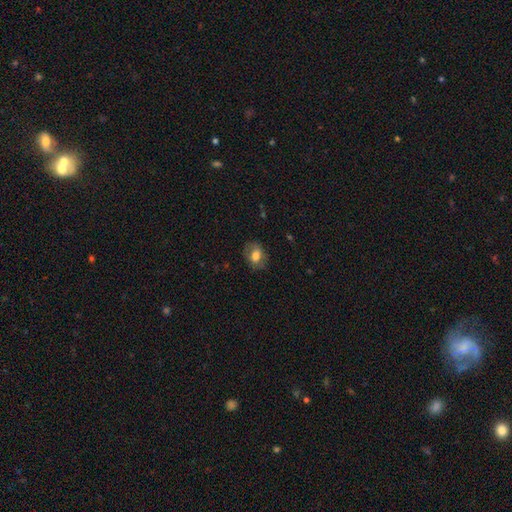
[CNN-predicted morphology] smooth_or_featured: smooth (p=0.67) [alt: featured or disk p=0.24]
how_rounded: in between (p=0.72) [alt: round p=0.27]
merging: none (p=0.74) [alt: minor disturbance p=0.18]